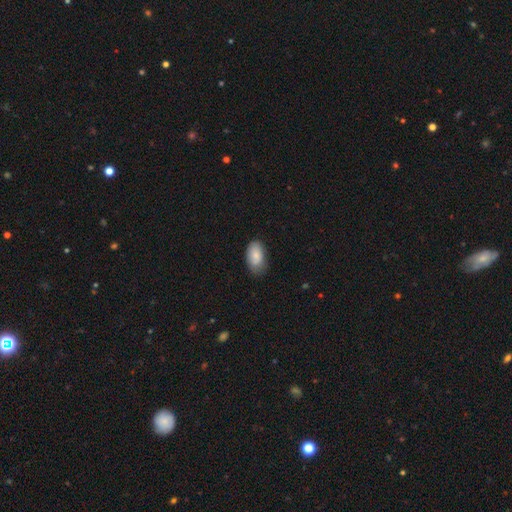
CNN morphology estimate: type=smooth (84%); roundness=in between (93%); merging=none (70%).